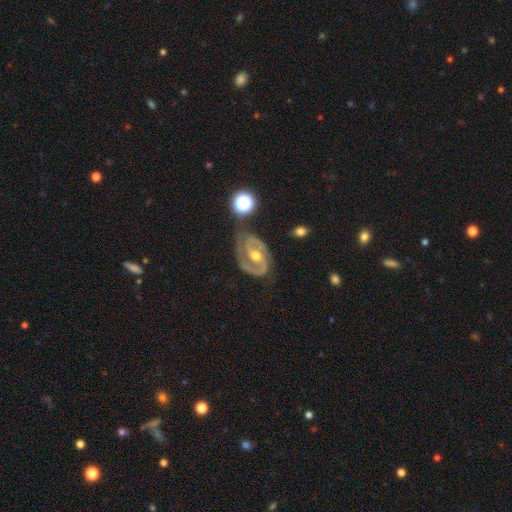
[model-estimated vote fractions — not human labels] A featured or disk galaxy (91%) with a weak bar (41%), 2 (89%) medium (47%) spiral arms (97%) and a moderate central bulge (70%).

Vote fractions:
- Smooth or featured? featured or disk: 91% / star or artifact: 4% / smooth: 4%
- Edge-on disk? no: 98% / yes: 2%
- Bar? weak: 41% / no: 35% / strong: 24%
- Spiral arms? yes: 97% / no: 3%
- Spiral winding? medium: 47% / tight: 43% / loose: 9%
- Spiral arm count? 2: 89% / 1: 4% / can't tell: 3% / 3: 2% / 4: 1% / more than 4: 1%
- Bulge size? moderate: 70% / small: 25% / large: 3% / none: 1% / dominant: 1%
- Merging? none: 66% / minor disturbance: 22% / major disturbance: 9% / merger: 4%